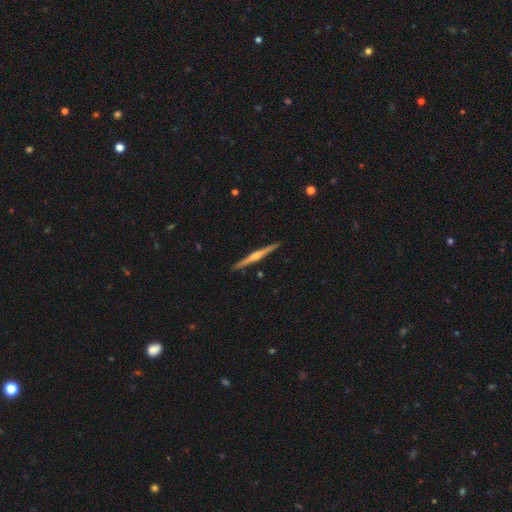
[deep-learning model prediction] A featured or disk galaxy (79%) viewed edge-on (99%) with a rounded central bulge (84%).

Vote fractions:
- Smooth or featured? featured or disk: 79% / smooth: 16% / star or artifact: 5%
- Edge-on disk? yes: 99% / no: 1%
- Edge-on bulge? rounded: 84% / none: 10% / boxy: 6%
- Merging? none: 92% / minor disturbance: 5% / merger: 1% / major disturbance: 1%